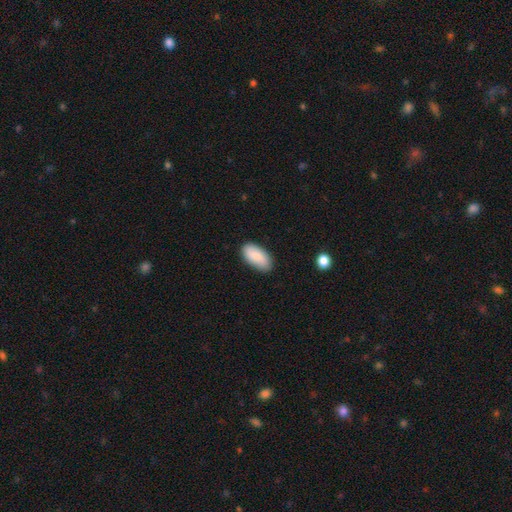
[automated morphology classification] A smooth galaxy with no disk features (86%) that is in between round and cigar-shaped (93%). Merging: none (83%).